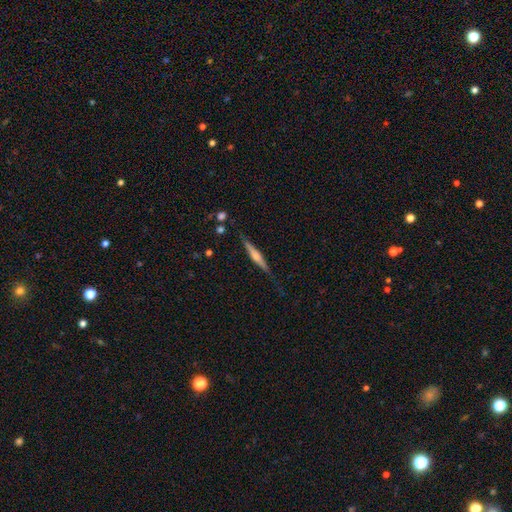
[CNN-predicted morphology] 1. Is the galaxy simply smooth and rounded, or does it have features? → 60% featured or disk, 34% smooth, 6% star or artifact.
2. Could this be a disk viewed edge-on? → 97% yes, 3% no.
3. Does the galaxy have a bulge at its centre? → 70% rounded, 16% boxy, 14% none.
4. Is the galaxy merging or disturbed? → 82% none, 13% minor disturbance, 3% major disturbance, 2% merger.